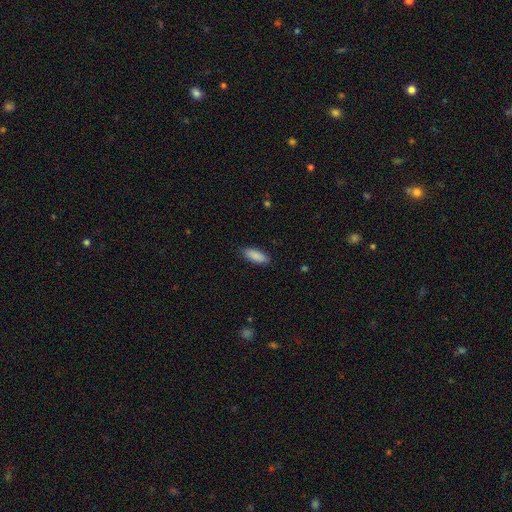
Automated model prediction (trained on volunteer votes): This is clearly a smooth galaxy (89%). How rounded: likely in between (71%). Merging: clearly none (87%).